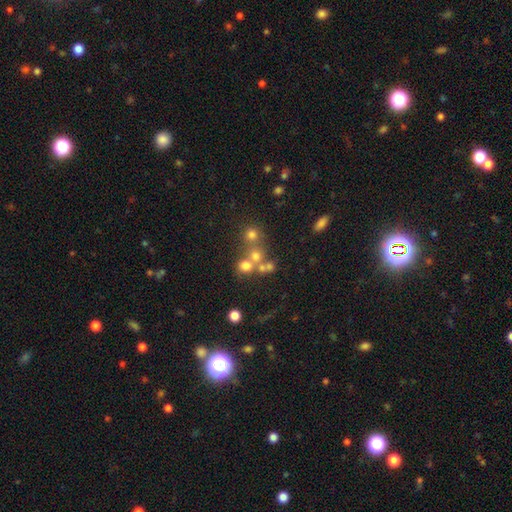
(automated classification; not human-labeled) Overall: smooth (57%; star or artifact 23%). How rounded: round (83%). Merging: none (46%; merger 40%).